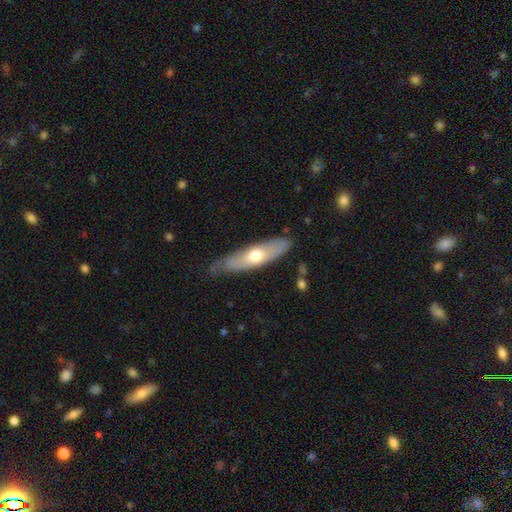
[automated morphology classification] smooth-or-featured: smooth: 53% | featured or disk: 42% | star or artifact: 5%
  how-rounded: cigar-shaped: 61% | in between: 37% | round: 2%
  merging: none: 69% | minor disturbance: 24% | major disturbance: 6% | merger: 2%